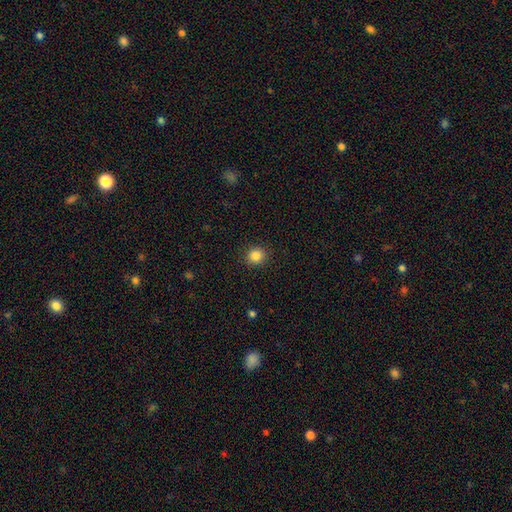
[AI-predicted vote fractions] Smooth or featured? Predicted: smooth (p=0.85). How rounded? Predicted: round (p=0.87). Merging? Predicted: none (p=0.91).